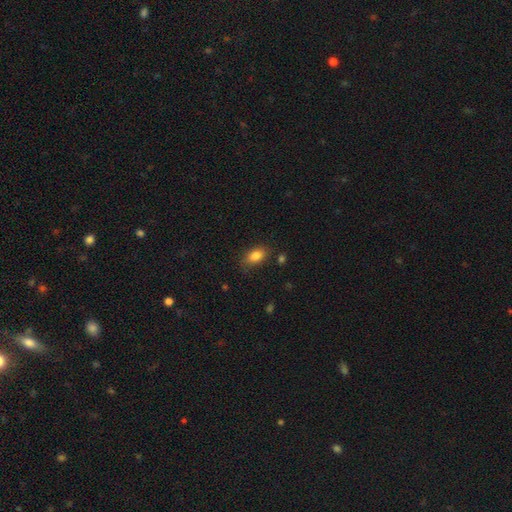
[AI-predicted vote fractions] smooth 85%, star or artifact 9%, featured or disk 7%. Down the decision tree: how rounded — in between (87%); merging — none (79%).